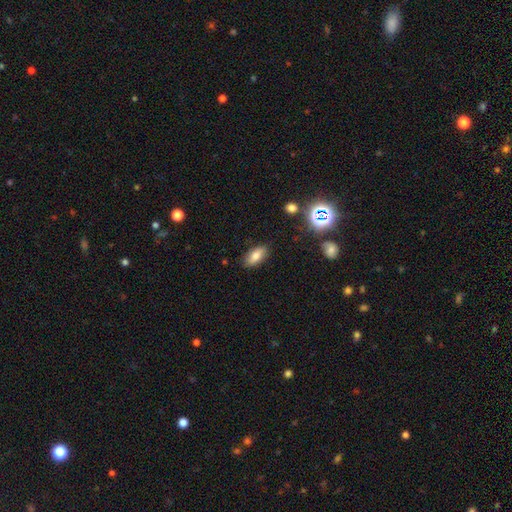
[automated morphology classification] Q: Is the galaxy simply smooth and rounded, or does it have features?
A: smooth — 76%.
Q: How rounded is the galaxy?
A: in between — 85%.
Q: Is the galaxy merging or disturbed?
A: none — 86%.